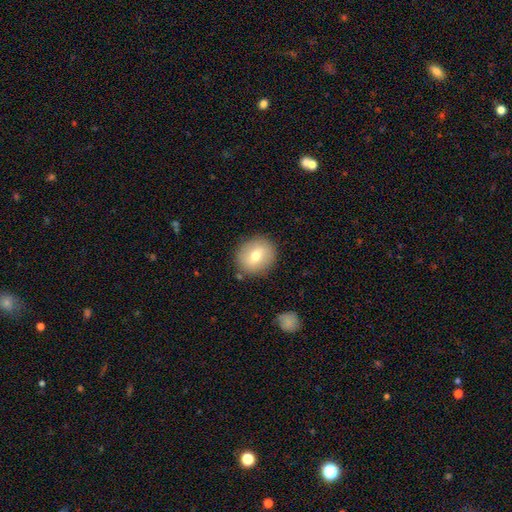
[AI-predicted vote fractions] Smooth or featured? Predicted: smooth (p=0.68). How rounded? Predicted: round (p=0.80). Merging? Predicted: none (p=0.86).